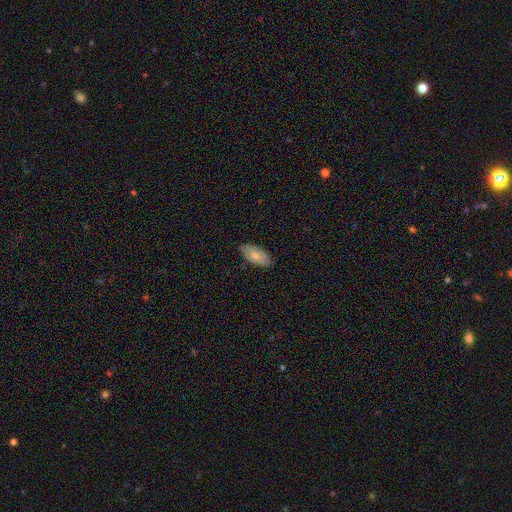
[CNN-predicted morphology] Q: Smooth or featured?
A: smooth (72%); runner-up: featured or disk (22%)
Q: How rounded?
A: in between (93%); runner-up: cigar-shaped (4%)
Q: Merging?
A: none (79%); runner-up: minor disturbance (17%)